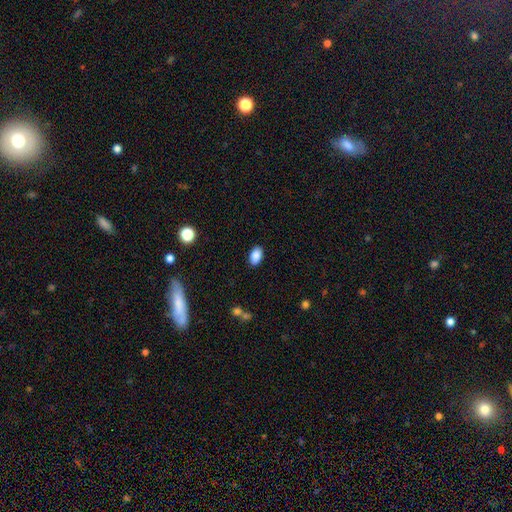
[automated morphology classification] smooth_or_featured: smooth (p=0.88) [alt: star or artifact p=0.08]
how_rounded: in between (p=0.92) [alt: round p=0.07]
merging: none (p=0.87) [alt: minor disturbance p=0.09]